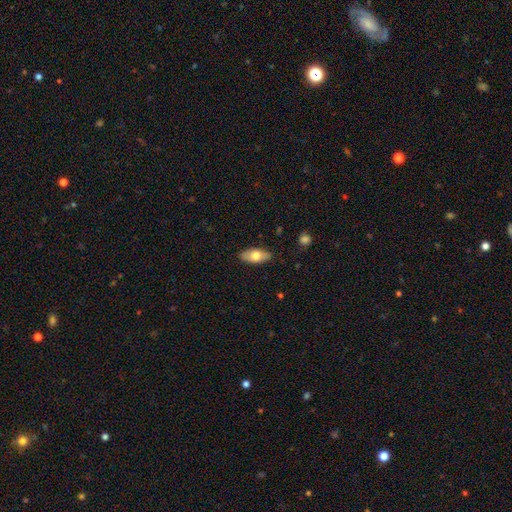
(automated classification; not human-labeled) This appears to be a smooth galaxy with no disk features (70%) that is in between round and cigar-shaped (89%). Merging: none (86%).